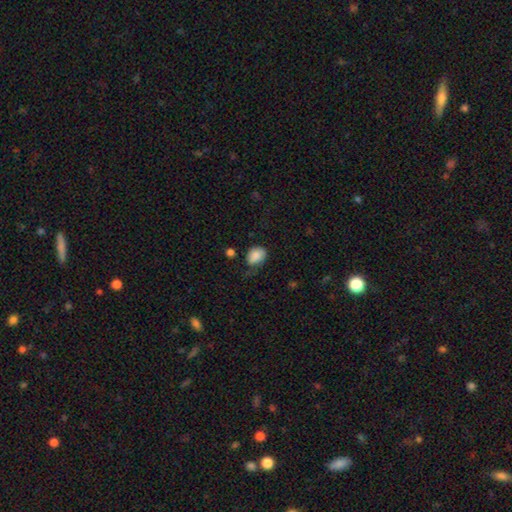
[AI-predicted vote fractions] A smooth galaxy with no disk features (84%) that is in between round and cigar-shaped (67%). Merging: none (44%).